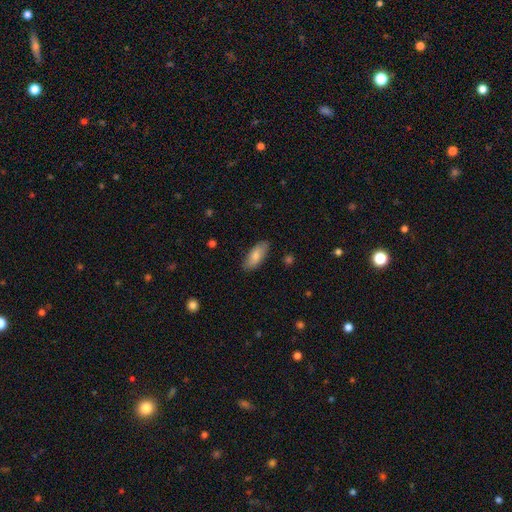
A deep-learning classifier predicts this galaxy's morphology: smooth_or_featured: smooth (p=0.81) [alt: featured or disk p=0.13]
how_rounded: in between (p=0.81) [alt: cigar-shaped p=0.17]
merging: none (p=0.84) [alt: minor disturbance p=0.13]